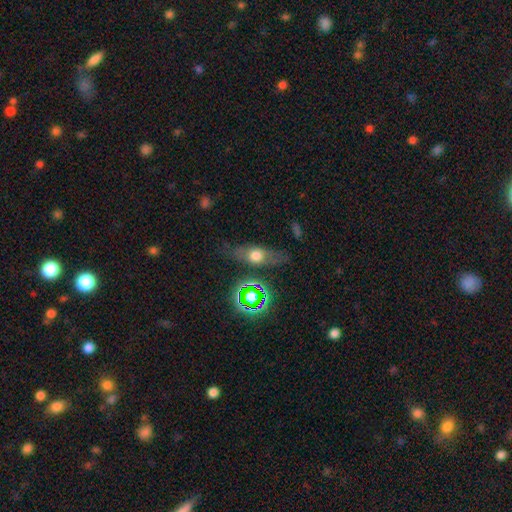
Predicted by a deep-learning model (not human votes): Smooth or featured?
  - smooth: 46% *
  - featured or disk: 38%
  - star or artifact: 16%
Merging?
  - none: 73% *
  - minor disturbance: 17%
  - major disturbance: 7%
  - merger: 3%